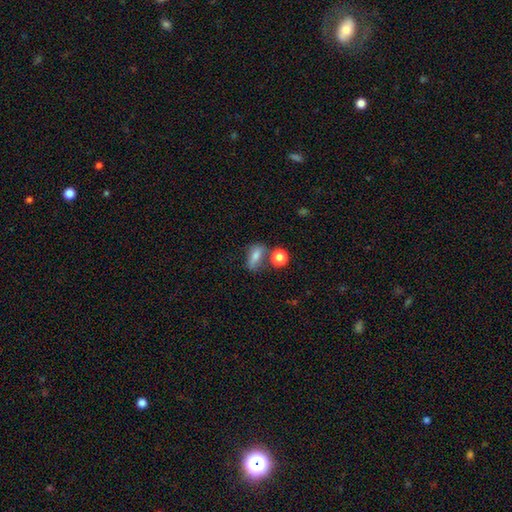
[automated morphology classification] smooth 72%, featured or disk 16%, star or artifact 12%. Down the decision tree: how rounded — in between (67%); merging — none (49%).